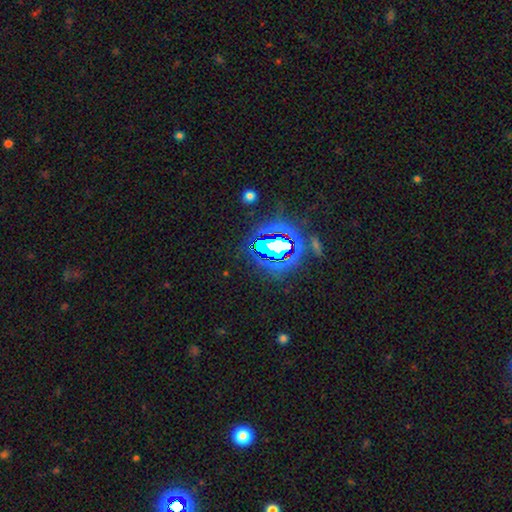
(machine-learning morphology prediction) smooth-or-featured: star or artifact: 82% | smooth: 10% | featured or disk: 8%